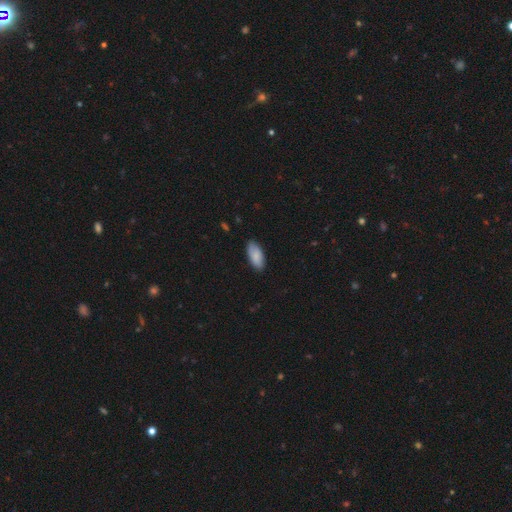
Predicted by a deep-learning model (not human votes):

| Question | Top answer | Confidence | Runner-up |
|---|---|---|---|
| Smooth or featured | smooth | 87% | featured or disk (7%) |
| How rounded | in between | 88% | cigar-shaped (10%) |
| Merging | none | 85% | minor disturbance (12%) |